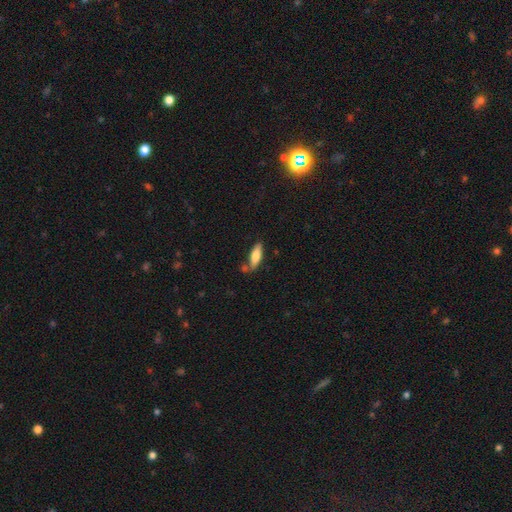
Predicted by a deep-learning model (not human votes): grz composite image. It shows a smooth galaxy with no disk features (73%) that is in between round and cigar-shaped (55%). Merging: none (66%).